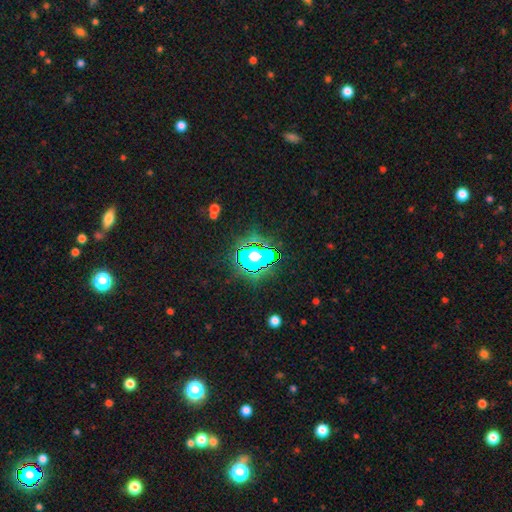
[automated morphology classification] Smooth or featured? Predicted: star or artifact (p=0.52).